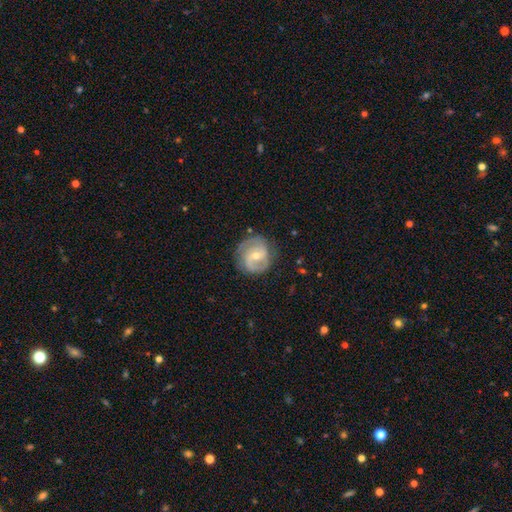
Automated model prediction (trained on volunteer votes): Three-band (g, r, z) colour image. It shows a featured or disk galaxy (81%) with a weak bar (47%), 2 (79%) medium (44%) spiral arms (94%) and a small central bulge (50%). Merging: none (79%).